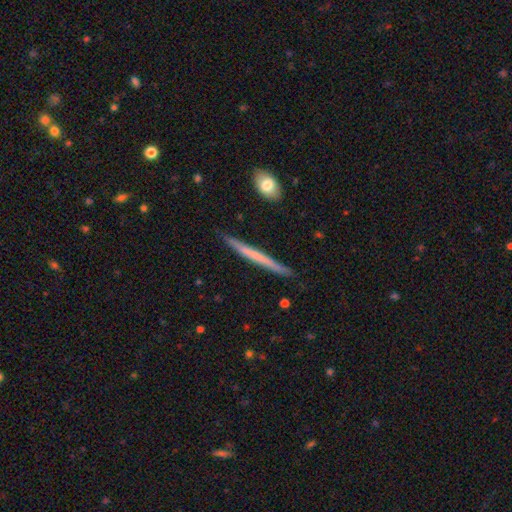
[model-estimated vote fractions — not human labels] smooth-or-featured: smooth: 49% | featured or disk: 45% | star or artifact: 6%
  merging: none: 89% | minor disturbance: 8% | major disturbance: 1% | merger: 1%